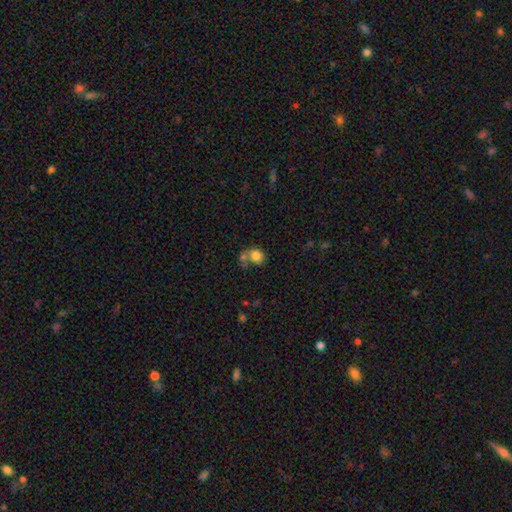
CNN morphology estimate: Smooth or featured? smooth (80%)
How rounded? round (68%)
Merging? none (43%)